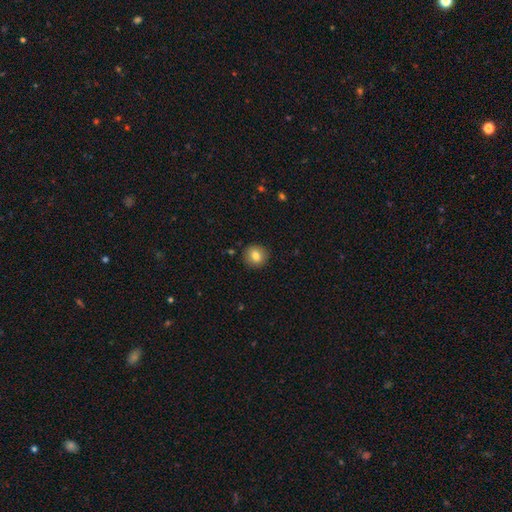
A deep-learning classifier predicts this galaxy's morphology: Smooth or featured?
  - smooth: 82% *
  - star or artifact: 9%
  - featured or disk: 9%
How rounded?
  - round: 88% *
  - in between: 11%
  - cigar-shaped: 1%
Merging?
  - none: 90% *
  - minor disturbance: 7%
  - major disturbance: 2%
  - merger: 1%